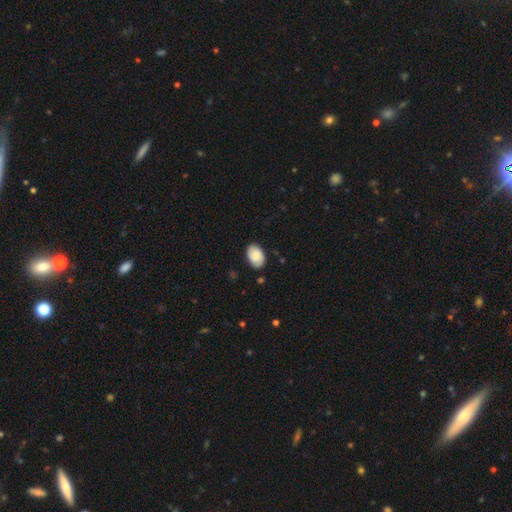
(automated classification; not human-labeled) smooth 82%, featured or disk 11%, star or artifact 6%. Down the decision tree: how rounded — in between (89%); merging — none (84%).